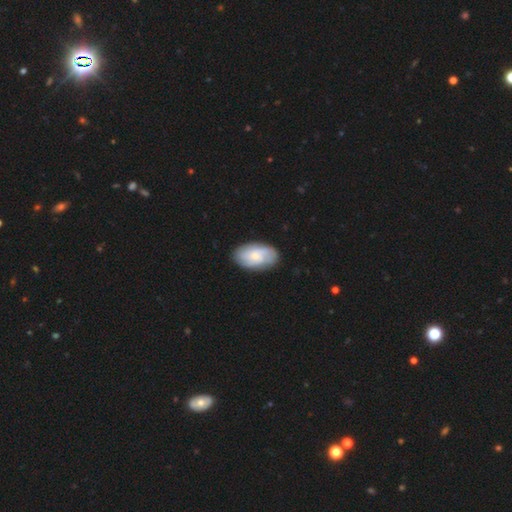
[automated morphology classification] Smooth or featured?
  - smooth: 48% *
  - featured or disk: 46%
  - star or artifact: 6%
Merging?
  - none: 80% *
  - minor disturbance: 15%
  - major disturbance: 4%
  - merger: 1%